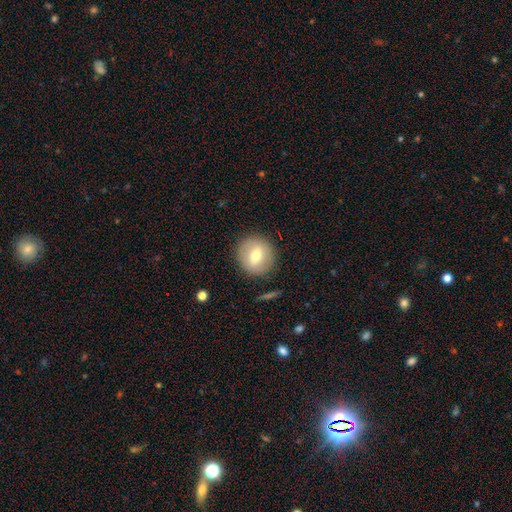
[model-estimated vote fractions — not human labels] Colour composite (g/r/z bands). It shows a smooth galaxy with no disk features (59%) that is round (90%). Merging: none (87%).